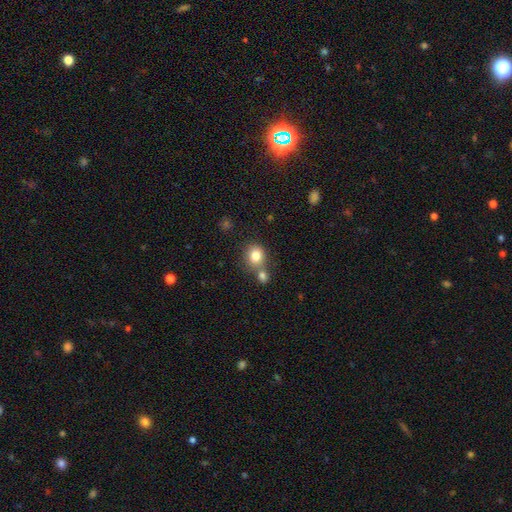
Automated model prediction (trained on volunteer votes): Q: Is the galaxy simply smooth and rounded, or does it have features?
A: smooth — 81%.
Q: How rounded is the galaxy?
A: round — 80%.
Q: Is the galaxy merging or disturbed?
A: none — 55%.